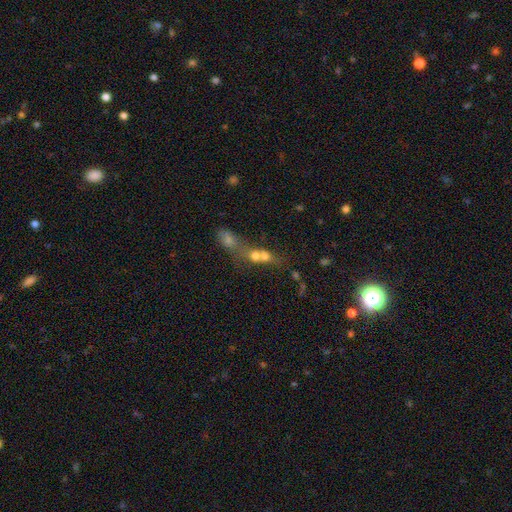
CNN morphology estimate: type=smooth (63%); roundness=round (49%); merging=merger (72%).